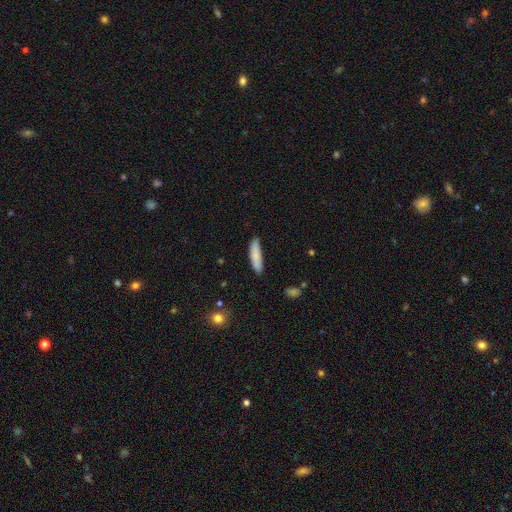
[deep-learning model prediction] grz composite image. It shows a smooth galaxy with no disk features (84%) that is cigar-shaped (74%). Merging: none (83%).